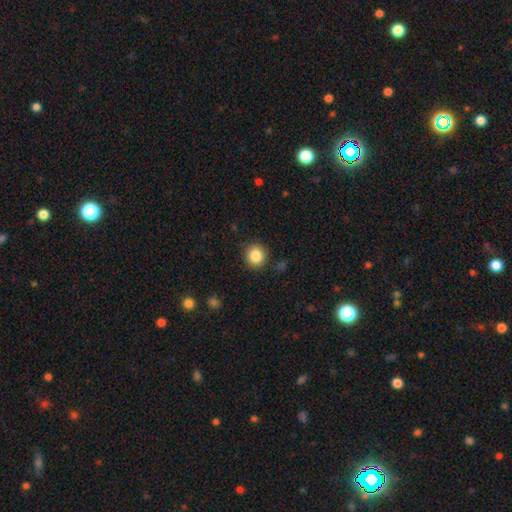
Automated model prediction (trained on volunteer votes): This is clearly a smooth galaxy (86%). How rounded: clearly round (89%). Merging: clearly none (87%).